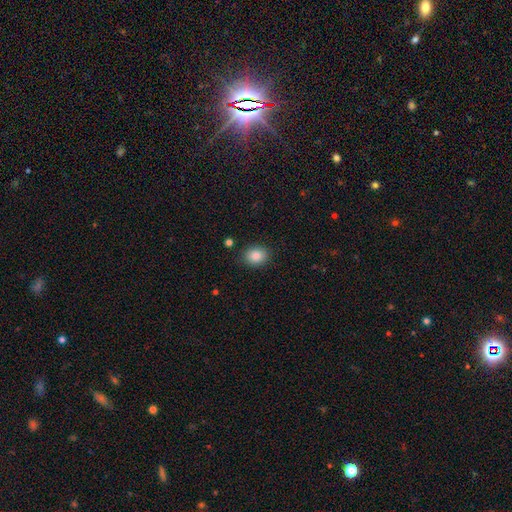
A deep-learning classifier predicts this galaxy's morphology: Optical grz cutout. It shows a smooth galaxy with no disk features (85%) that is round (51%). Merging: none (88%).